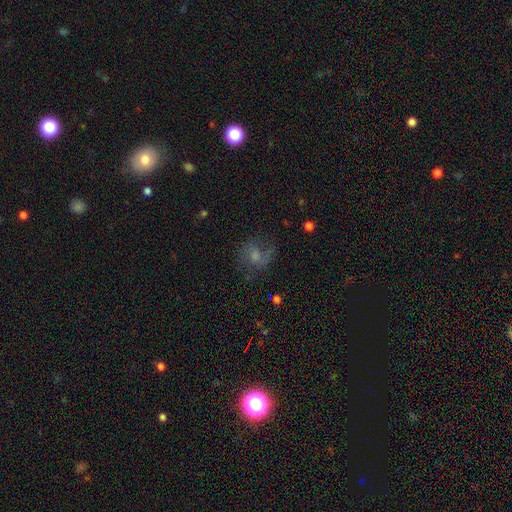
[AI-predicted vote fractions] This is marginally a featured or disk galaxy (43%, tied with smooth). Merging: possibly none (52%).